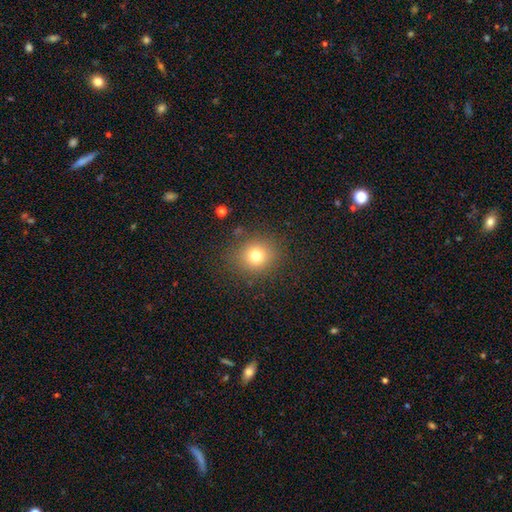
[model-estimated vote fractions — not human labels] Q: Smooth or featured?
A: smooth (75%); runner-up: star or artifact (15%)
Q: How rounded?
A: round (82%); runner-up: in between (17%)
Q: Merging?
A: none (85%); runner-up: minor disturbance (9%)